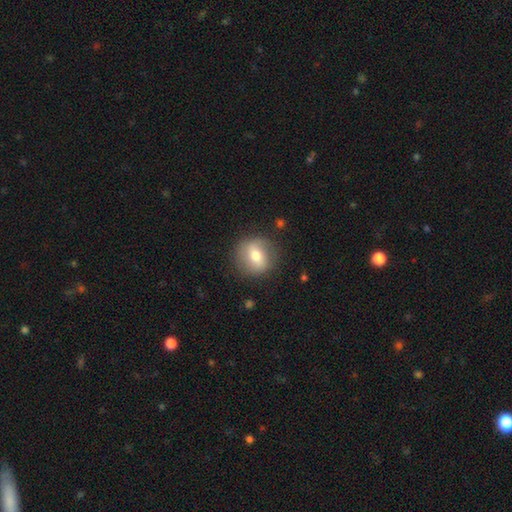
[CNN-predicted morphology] smooth-or-featured: smooth: 61% | featured or disk: 31% | star or artifact: 8%
  how-rounded: round: 86% | in between: 13% | cigar-shaped: 1%
  merging: none: 83% | minor disturbance: 11% | major disturbance: 4% | merger: 1%